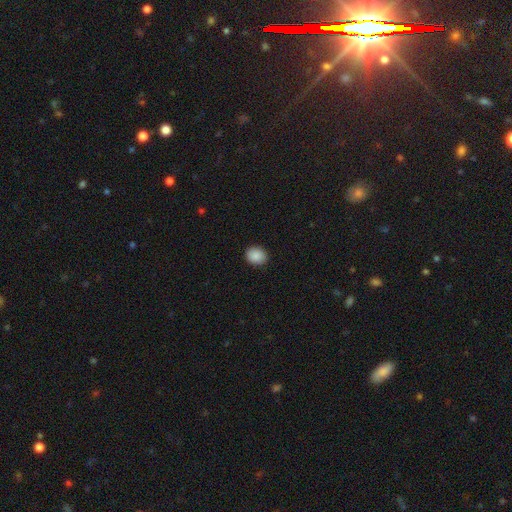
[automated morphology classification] Smooth or featured? smooth (89%)
How rounded? round (65%)
Merging? none (89%)